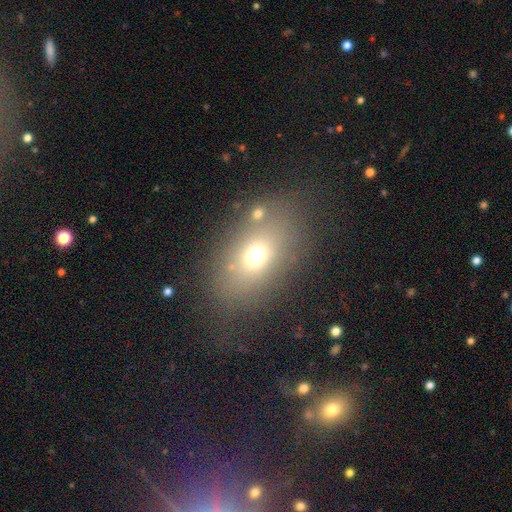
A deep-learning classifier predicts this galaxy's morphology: smooth 67%, star or artifact 17%, featured or disk 16%. Down the decision tree: how rounded — in between (72%); merging — none (72%).